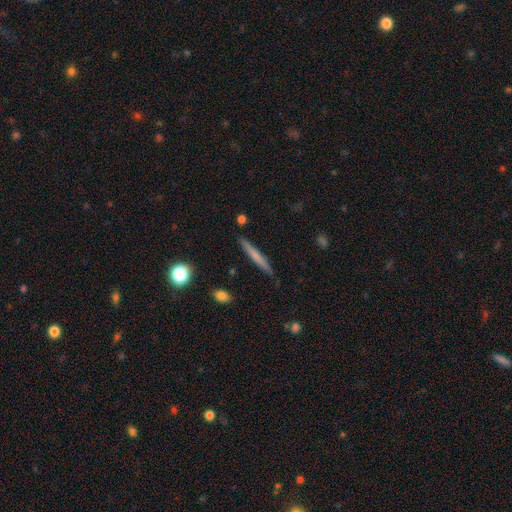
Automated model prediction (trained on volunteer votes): smooth 62%, featured or disk 32%, star or artifact 6%. Down the decision tree: how rounded — cigar-shaped (95%); merging — none (87%).